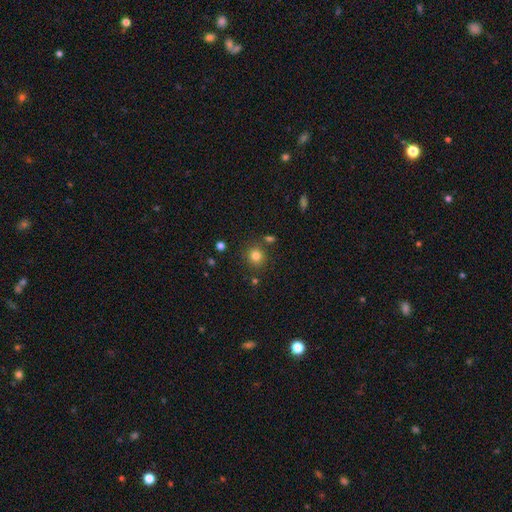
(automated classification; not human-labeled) Morphology: type=smooth (81%); roundness=round (88%); merging=none (82%).